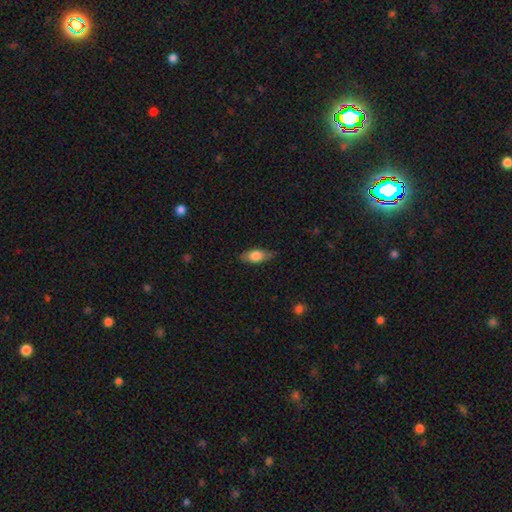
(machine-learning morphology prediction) smooth_or_featured: smooth (p=0.75) [alt: featured or disk p=0.18]
how_rounded: in between (p=0.83) [alt: cigar-shaped p=0.13]
merging: none (p=0.74) [alt: minor disturbance p=0.21]